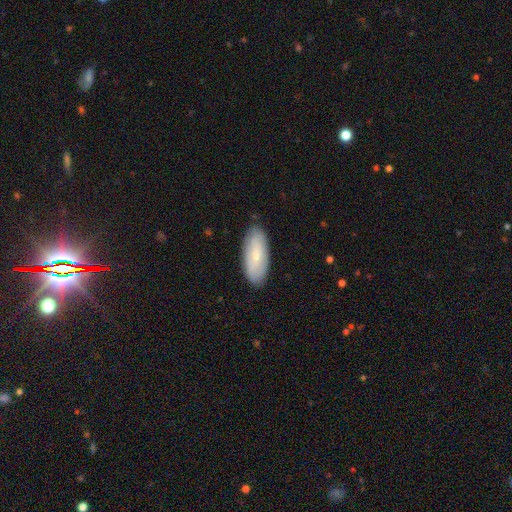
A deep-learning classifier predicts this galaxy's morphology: Overall: smooth (67%; featured or disk 27%). How rounded: in between (81%). Merging: none (84%).